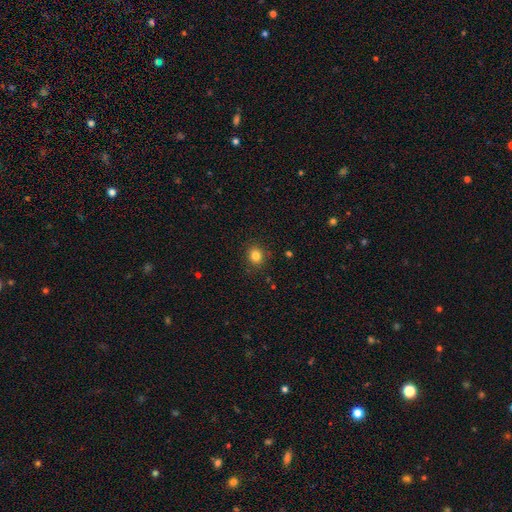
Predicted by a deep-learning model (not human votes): A smooth galaxy with no disk features (82%) that is round (81%).

Vote fractions:
- Smooth or featured? smooth: 82% / star or artifact: 12% / featured or disk: 6%
- How rounded? round: 81% / in between: 19% / cigar-shaped: 1%
- Merging? none: 88% / minor disturbance: 8% / major disturbance: 2% / merger: 1%